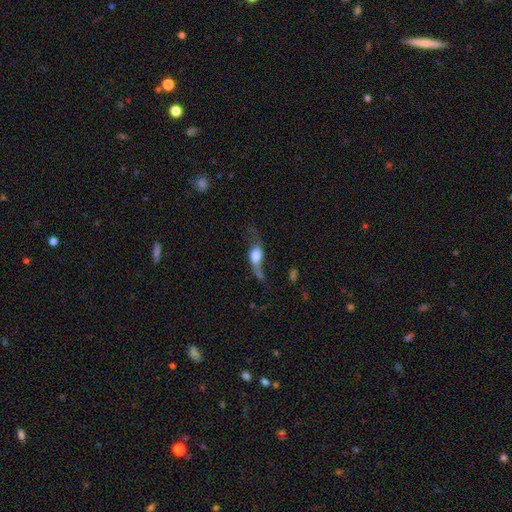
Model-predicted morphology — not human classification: smooth-or-featured: featured or disk: 56% | smooth: 35% | star or artifact: 9%
  disk-edge-on: no: 65% | yes: 35%
  merging: none: 38% | major disturbance: 34% | minor disturbance: 22% | merger: 7%